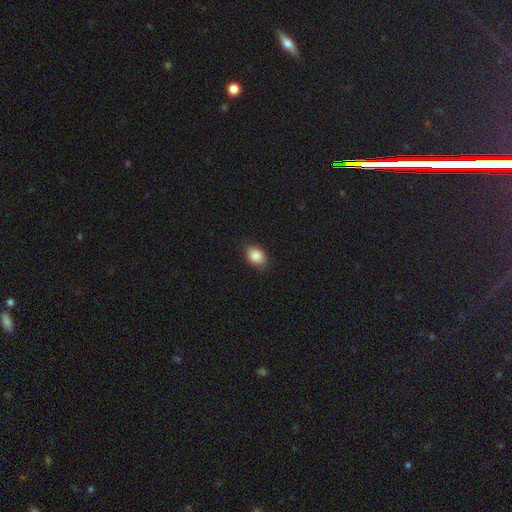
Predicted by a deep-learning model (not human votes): This appears to be a smooth galaxy with no disk features (88%) that is in between round and cigar-shaped (79%). Merging: none (82%).